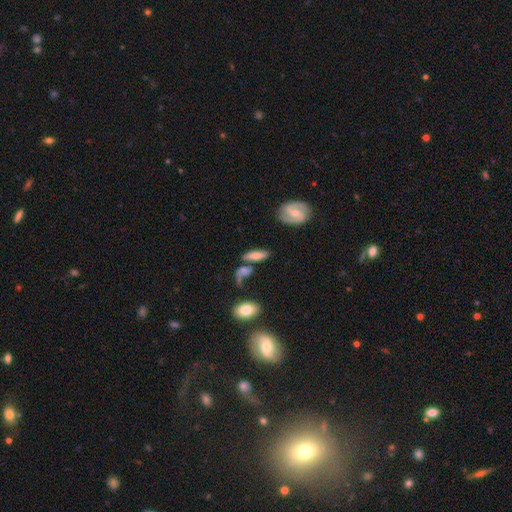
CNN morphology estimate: Q: Smooth or featured?
A: smooth (51%); runner-up: featured or disk (40%)
Q: How rounded?
A: in between (48%); runner-up: cigar-shaped (47%)
Q: Merging?
A: none (61%); runner-up: minor disturbance (17%)